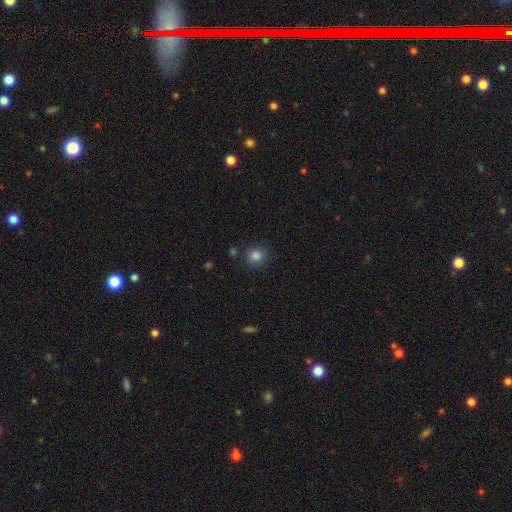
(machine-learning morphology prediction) Overall: smooth (83%). How rounded: round (86%). Merging: none (85%).